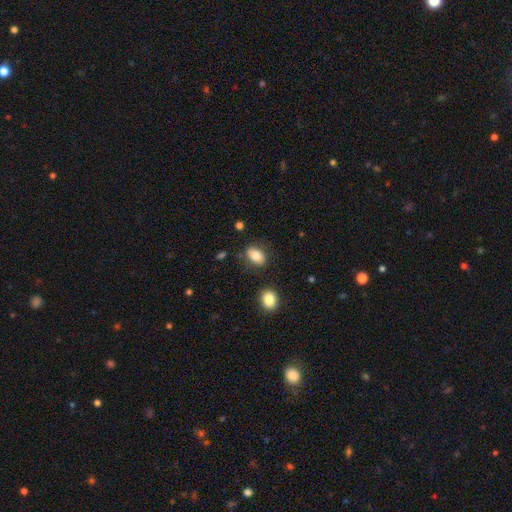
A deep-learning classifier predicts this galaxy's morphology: smooth 83%, featured or disk 9%, star or artifact 8%. Down the decision tree: how rounded — in between (85%); merging — none (80%).